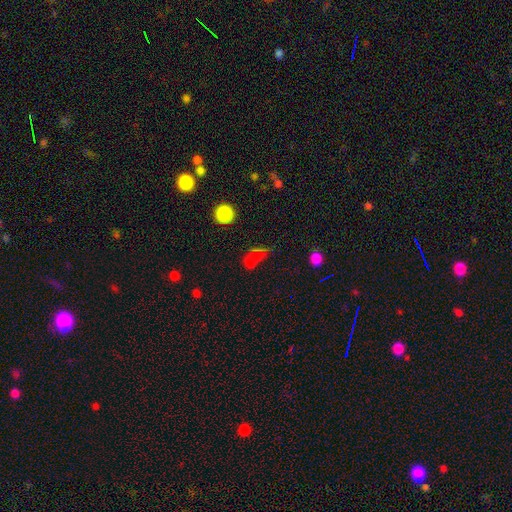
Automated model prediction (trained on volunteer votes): The model was most divided on "how rounded": in between: 46%, round: 44%, cigar-shaped: 10%. Remaining: smooth or featured — smooth (56%); merging — none (38%).